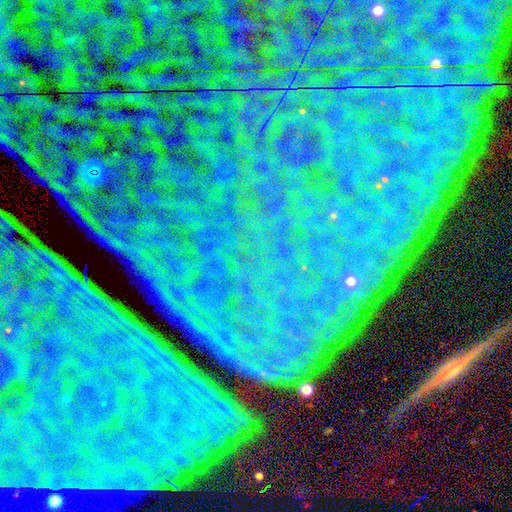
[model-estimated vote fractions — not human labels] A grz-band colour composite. It shows a star or artifact, not a galaxy (86%).